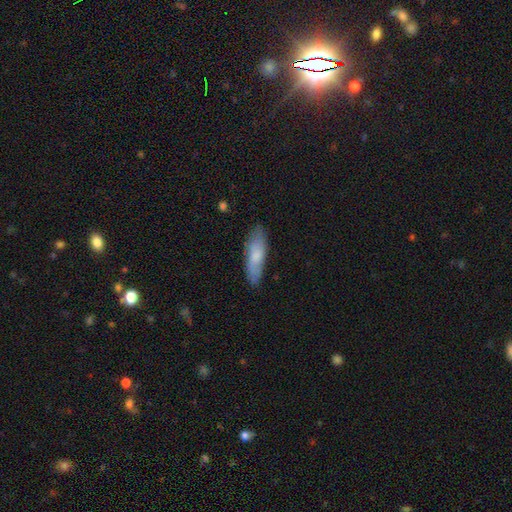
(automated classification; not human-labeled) Q: Smooth or featured?
A: smooth (72%); runner-up: featured or disk (22%)
Q: How rounded?
A: cigar-shaped (51%); runner-up: in between (48%)
Q: Merging?
A: none (81%); runner-up: minor disturbance (15%)